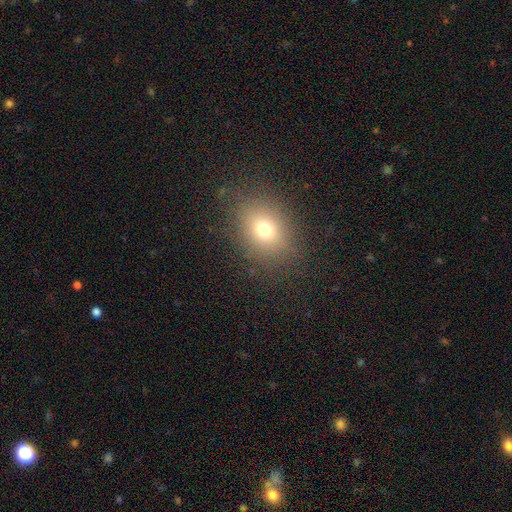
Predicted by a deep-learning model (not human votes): Q: Smooth or featured?
A: smooth (69%); runner-up: star or artifact (21%)
Q: How rounded?
A: in between (54%); runner-up: round (45%)
Q: Merging?
A: none (89%); runner-up: minor disturbance (7%)